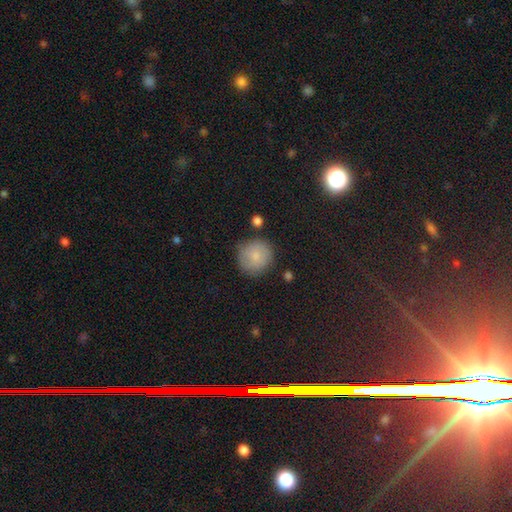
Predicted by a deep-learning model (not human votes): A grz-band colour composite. It shows a smooth galaxy with no disk features (81%) that is round (93%). Merging: none (77%).